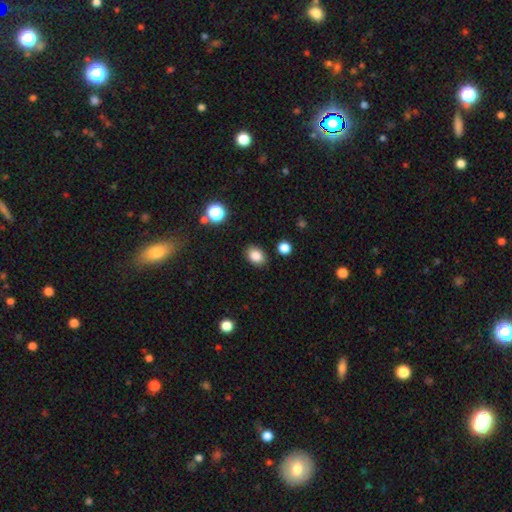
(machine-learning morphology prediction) Smooth or featured? Predicted: smooth (p=0.85). How rounded? Predicted: in between (p=0.68). Merging? Predicted: none (p=0.86).